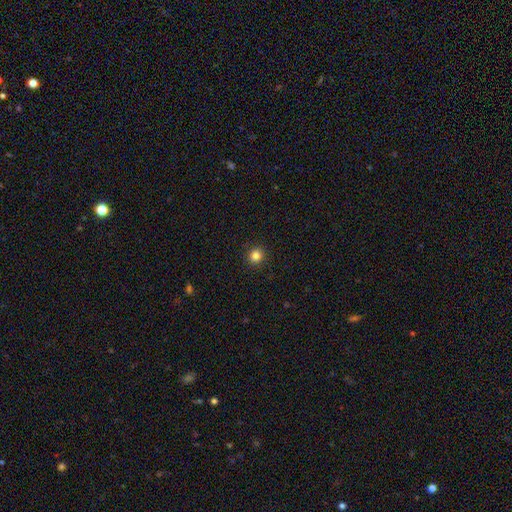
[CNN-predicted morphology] Overall: smooth (83%). How rounded: round (93%). Merging: none (93%).